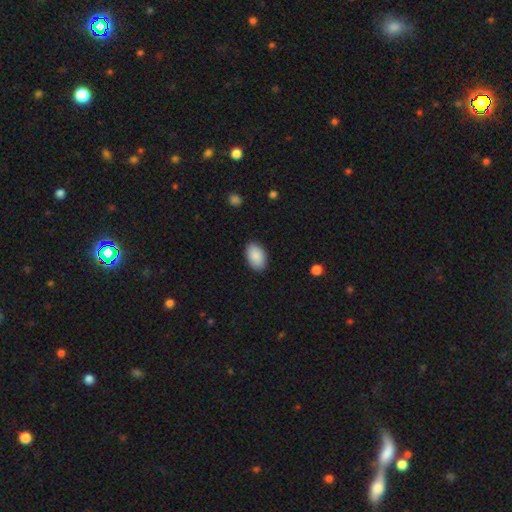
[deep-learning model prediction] Morphology: type=smooth (90%); roundness=in between (92%); merging=none (88%).